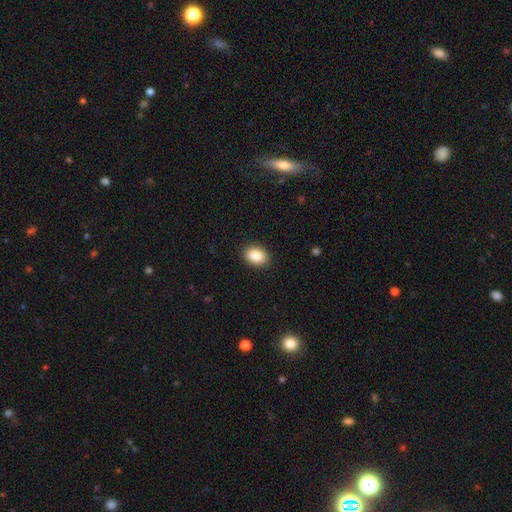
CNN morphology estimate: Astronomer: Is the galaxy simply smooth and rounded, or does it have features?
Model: smooth — 89%.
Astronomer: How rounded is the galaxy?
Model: in between — 78%.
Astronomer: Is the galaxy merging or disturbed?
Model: none — 89%.